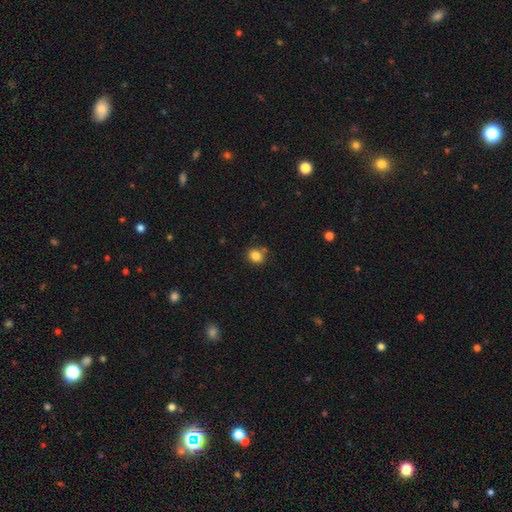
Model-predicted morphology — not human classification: Smooth or featured: smooth — 84% (star or artifact — 11%)
How rounded: round — 71% (in between — 28%)
Merging: none — 75% (minor disturbance — 13%)